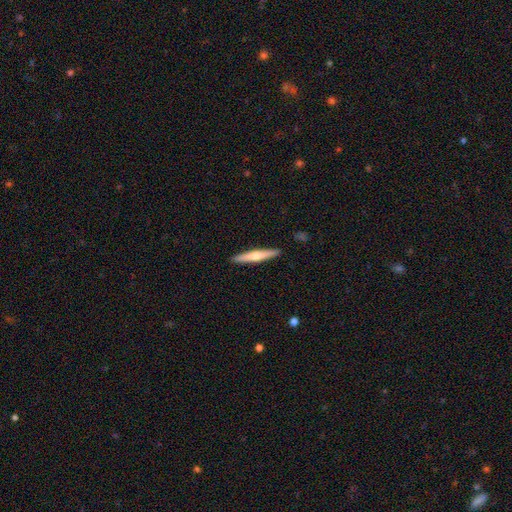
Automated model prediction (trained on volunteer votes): Smooth or featured: smooth — 48% (featured or disk — 47%)
Merging: none — 92% (minor disturbance — 6%)